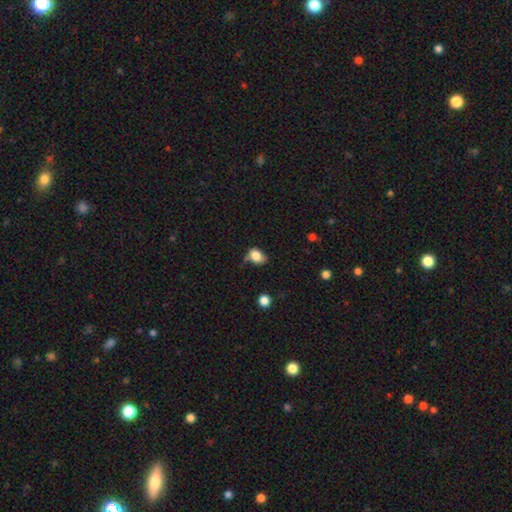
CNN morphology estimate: smooth-or-featured: smooth: 80% | featured or disk: 10% | star or artifact: 10%
  how-rounded: in between: 62% | round: 37% | cigar-shaped: 1%
  merging: none: 46% | minor disturbance: 34% | major disturbance: 12% | merger: 7%